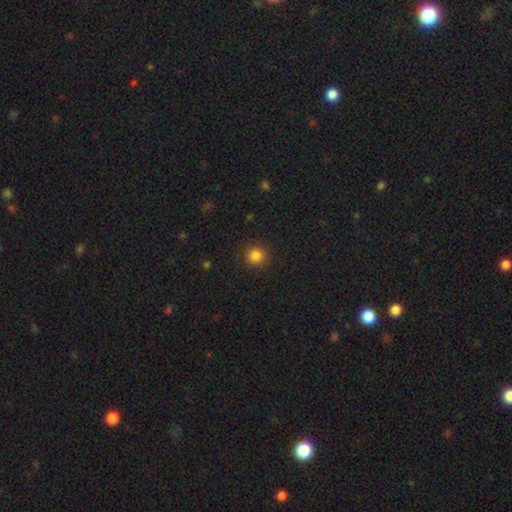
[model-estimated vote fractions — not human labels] Smooth or featured?
  - smooth: 84% *
  - star or artifact: 12%
  - featured or disk: 4%
How rounded?
  - round: 93% *
  - in between: 6%
  - cigar-shaped: 1%
Merging?
  - none: 91% *
  - minor disturbance: 6%
  - major disturbance: 2%
  - merger: 1%